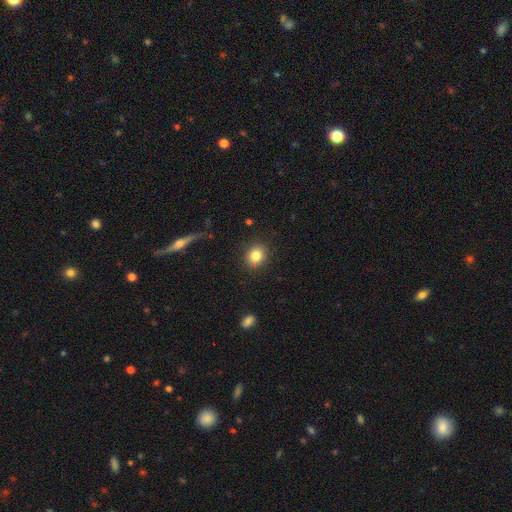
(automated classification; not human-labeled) Smooth or featured?
  - smooth: 83% *
  - star or artifact: 10%
  - featured or disk: 7%
How rounded?
  - round: 65% *
  - in between: 34%
  - cigar-shaped: 1%
Merging?
  - none: 88% *
  - minor disturbance: 8%
  - major disturbance: 2%
  - merger: 1%